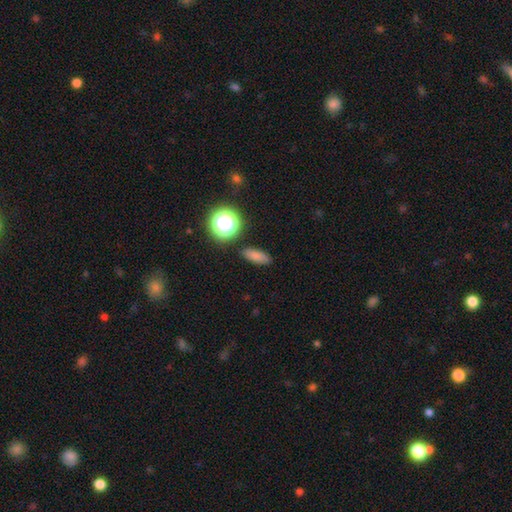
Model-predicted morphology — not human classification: A smooth galaxy with no disk features (77%) that is in between round and cigar-shaped (64%).

Vote fractions:
- Smooth or featured? smooth: 77% / star or artifact: 15% / featured or disk: 9%
- How rounded? in between: 64% / cigar-shaped: 23% / round: 13%
- Merging? none: 85% / minor disturbance: 10% / major disturbance: 3% / merger: 2%